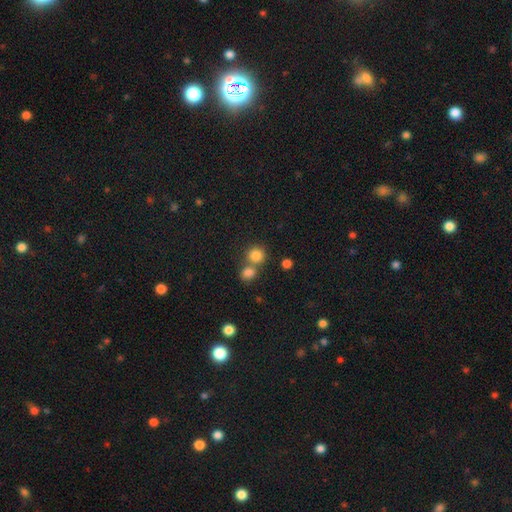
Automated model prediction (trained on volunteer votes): Overall: smooth (83%). How rounded: round (86%). Merging: none (53%; merger 37%).